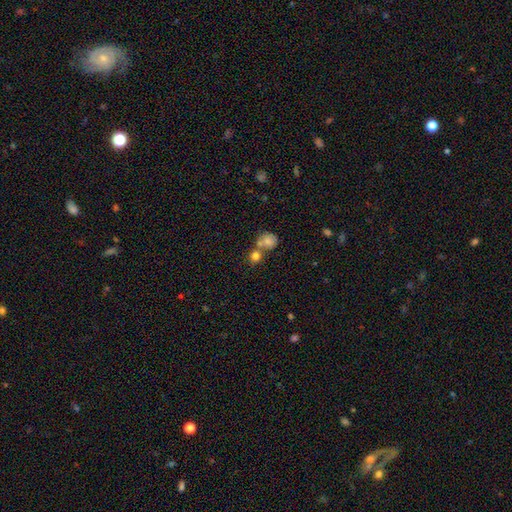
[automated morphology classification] Smooth or featured? smooth (78%)
How rounded? round (84%)
Merging? none (46%)